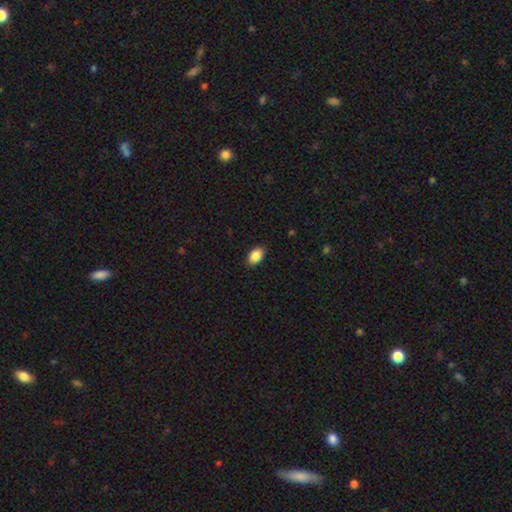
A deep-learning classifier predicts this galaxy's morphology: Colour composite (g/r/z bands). It shows a smooth galaxy with no disk features (88%) that is in between round and cigar-shaped (90%). Merging: none (88%).